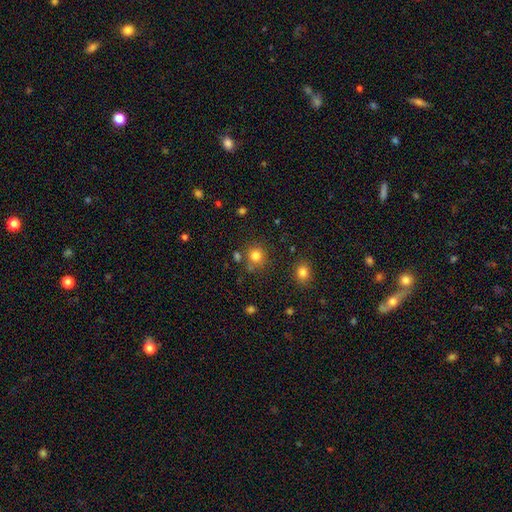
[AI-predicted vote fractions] smooth_or_featured: smooth (p=0.80) [alt: star or artifact p=0.14]
how_rounded: round (p=0.89) [alt: in between p=0.10]
merging: none (p=0.77) [alt: minor disturbance p=0.10]